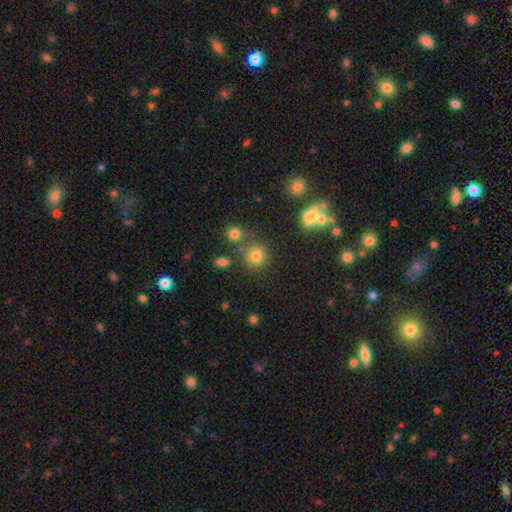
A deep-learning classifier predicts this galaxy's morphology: smooth-or-featured: smooth: 76% | star or artifact: 16% | featured or disk: 9%
  how-rounded: round: 88% | in between: 11% | cigar-shaped: 1%
  merging: none: 72% | merger: 13% | minor disturbance: 11% | major disturbance: 4%